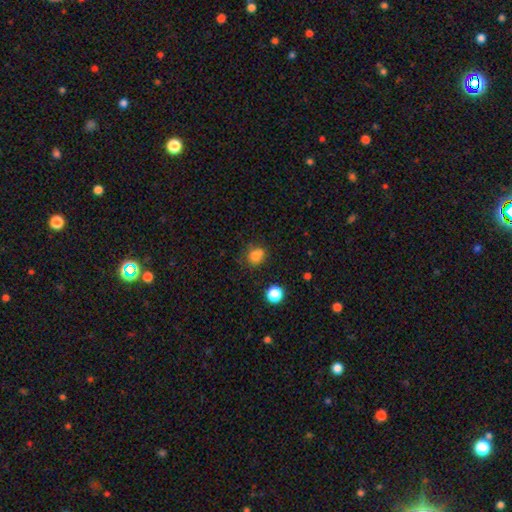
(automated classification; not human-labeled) A smooth galaxy with no disk features (78%) that is round (65%). Merging: none (63%).